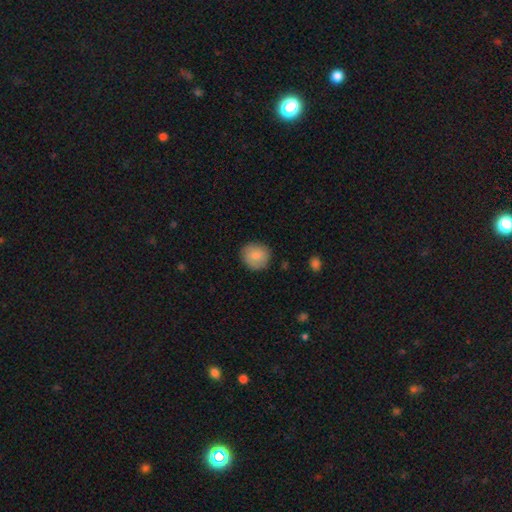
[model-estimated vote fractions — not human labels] smooth_or_featured: smooth (p=0.83) [alt: featured or disk p=0.10]
how_rounded: round (p=0.87) [alt: in between p=0.12]
merging: none (p=0.86) [alt: minor disturbance p=0.10]